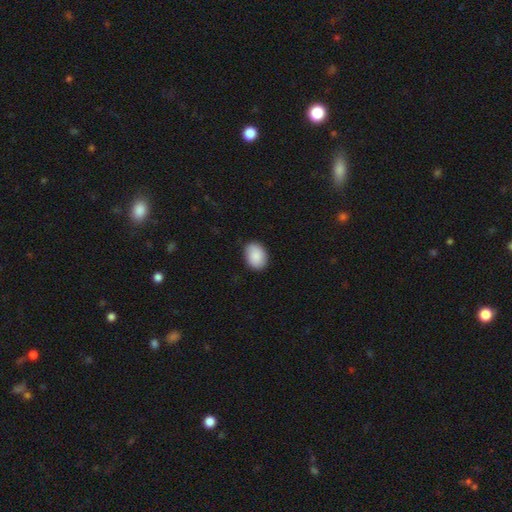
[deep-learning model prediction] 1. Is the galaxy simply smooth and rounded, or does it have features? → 88% smooth, 6% star or artifact, 6% featured or disk.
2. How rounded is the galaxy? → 76% in between, 23% round, 1% cigar-shaped.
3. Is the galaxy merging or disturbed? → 85% none, 11% minor disturbance, 2% major disturbance, 1% merger.